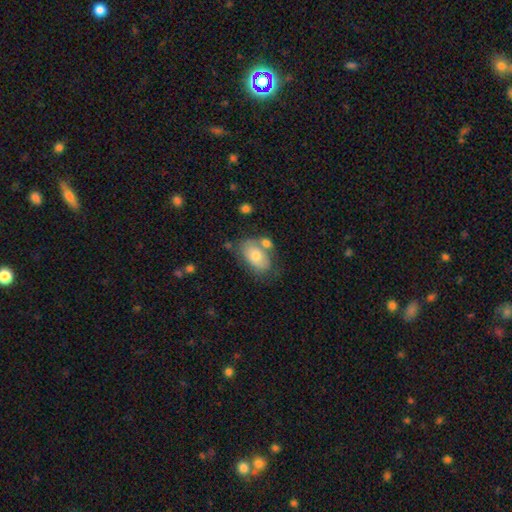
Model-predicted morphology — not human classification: A smooth galaxy with no disk features (70%) that is in between round and cigar-shaped (90%). Merging: none (49%).